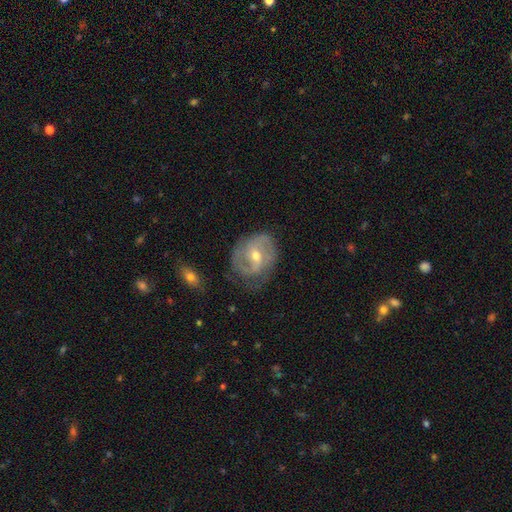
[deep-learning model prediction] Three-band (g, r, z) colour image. It shows a featured or disk galaxy (82%) with a weak bar (48%), 2 (70%) medium (46%) spiral arms (91%) and a moderate central bulge (53%). Merging: none (64%).